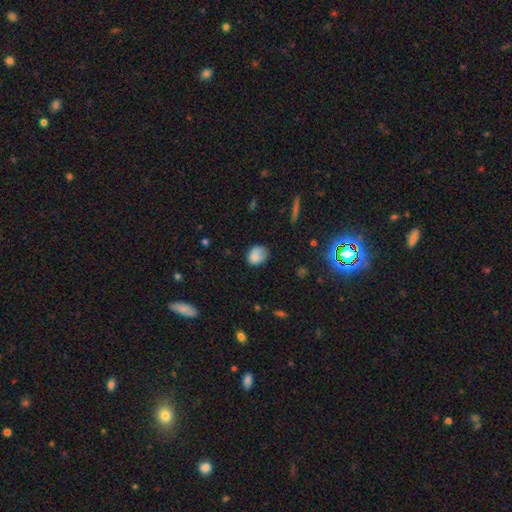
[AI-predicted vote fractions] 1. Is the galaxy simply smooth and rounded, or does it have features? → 79% smooth, 11% featured or disk, 10% star or artifact.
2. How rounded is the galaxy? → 52% round, 47% in between, 1% cigar-shaped.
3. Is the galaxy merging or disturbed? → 60% none, 28% minor disturbance, 8% major disturbance, 4% merger.